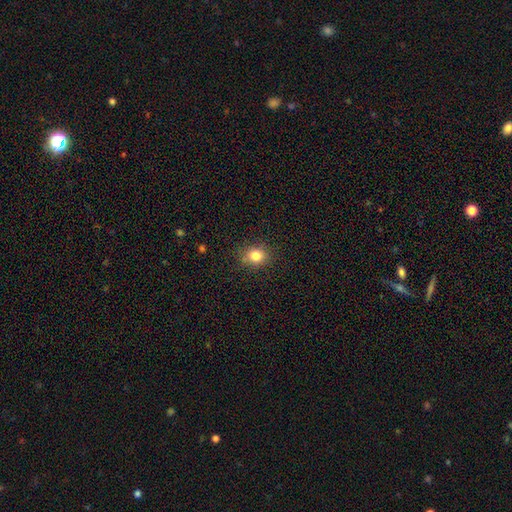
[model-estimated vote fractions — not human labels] This is clearly a smooth galaxy (82%). How rounded: likely round (73%). Merging: clearly none (83%).